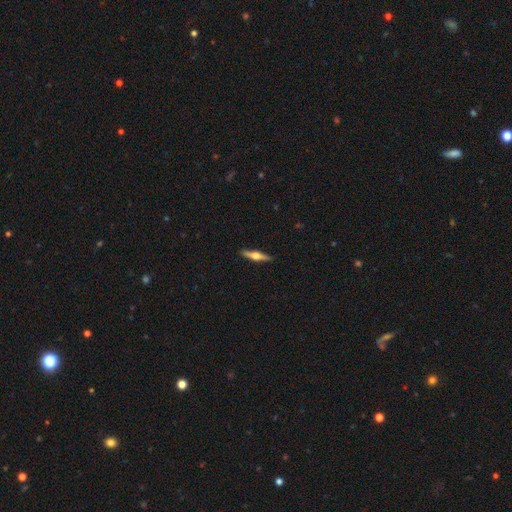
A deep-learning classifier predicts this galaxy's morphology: Smooth or featured: featured or disk — 64% (smooth — 31%)
Edge-on disk: yes — 97% (no — 3%)
Edge-on bulge: rounded — 90% (boxy — 7%)
Merging: none — 90% (minor disturbance — 7%)